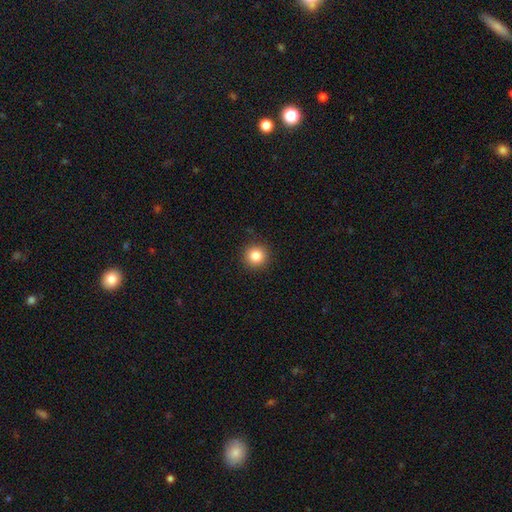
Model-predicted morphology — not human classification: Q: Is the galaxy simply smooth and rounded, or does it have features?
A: smooth — 84%.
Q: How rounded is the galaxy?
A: round — 95%.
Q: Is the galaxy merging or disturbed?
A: none — 91%.